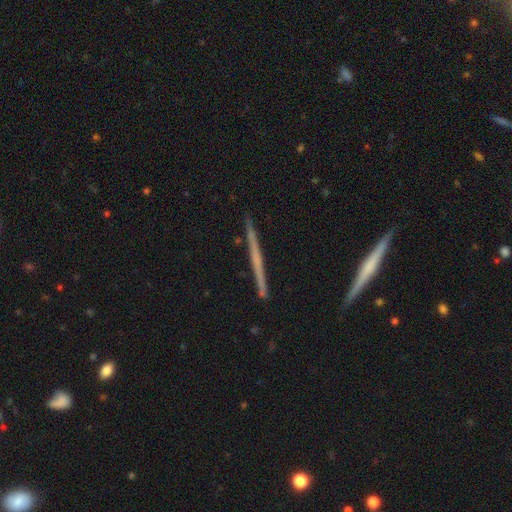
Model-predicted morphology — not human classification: Smooth or featured?
  - featured or disk: 64% *
  - smooth: 29%
  - star or artifact: 7%
Edge-on disk?
  - yes: 98% *
  - no: 2%
Edge-on bulge?
  - none: 81% *
  - rounded: 14%
  - boxy: 5%
Merging?
  - none: 90% *
  - minor disturbance: 8%
  - merger: 1%
  - major disturbance: 1%